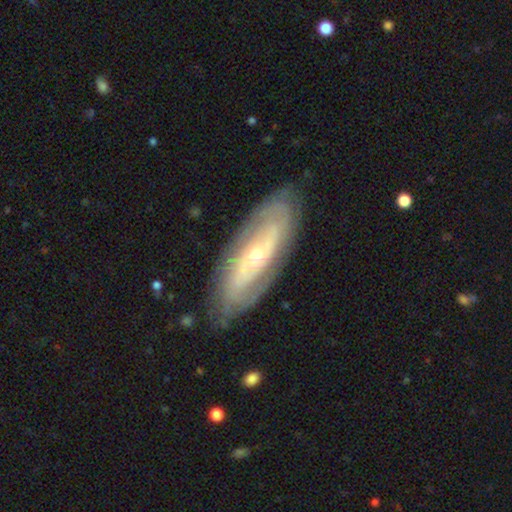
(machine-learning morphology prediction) The model was most divided on "spiral arm count": 2: 44%, can't tell: 39%, 3: 7%, 4: 4%, 1: 3%, more than 4: 3%. More confident: edge-on disk — no (85%); merging — none (82%); spiral arms — yes (80%); smooth or featured — featured or disk (79%); bulge size — small (63%); spiral winding — tight (62%); bar — no (61%).